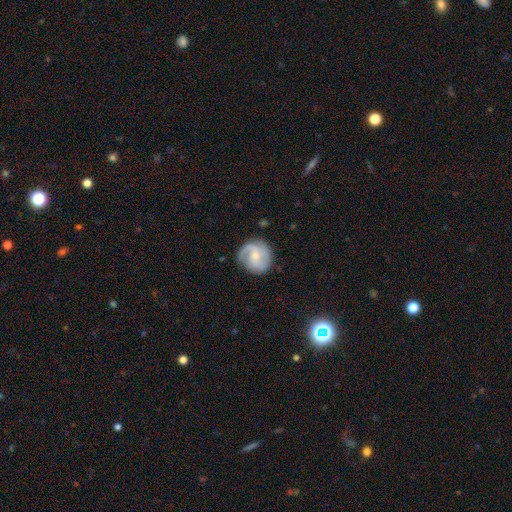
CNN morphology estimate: Smooth or featured?
  - featured or disk: 74% *
  - smooth: 20%
  - star or artifact: 6%
Edge-on disk?
  - no: 98% *
  - yes: 2%
Bar?
  - no: 56% *
  - weak: 38%
  - strong: 7%
Spiral arms?
  - yes: 94% *
  - no: 6%
Spiral winding?
  - medium: 47% *
  - tight: 30%
  - loose: 23%
Spiral arm count?
  - 2: 59% *
  - 3: 16%
  - can't tell: 12%
  - 1: 8%
  - 4: 3%
  - more than 4: 2%
Bulge size?
  - small: 51% *
  - moderate: 41%
  - none: 5%
  - large: 2%
  - dominant: 1%
Merging?
  - none: 76% *
  - minor disturbance: 17%
  - major disturbance: 6%
  - merger: 2%